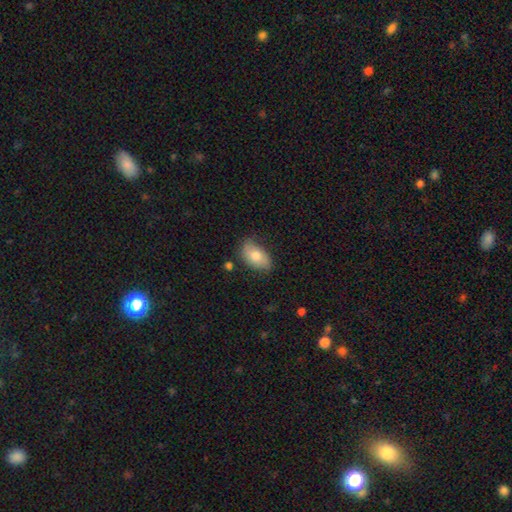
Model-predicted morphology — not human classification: Smooth or featured? Predicted: smooth (p=0.72). How rounded? Predicted: in between (p=0.92). Merging? Predicted: none (p=0.71).